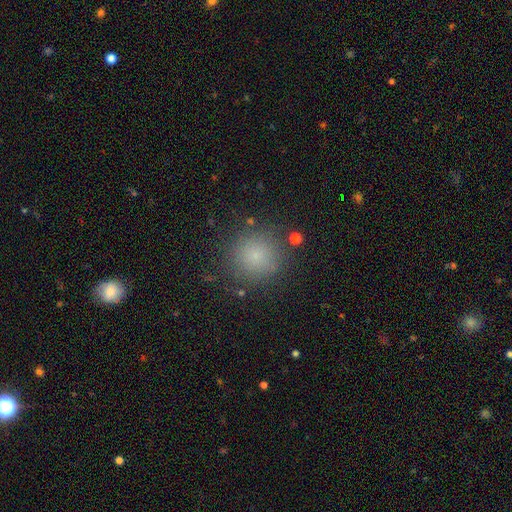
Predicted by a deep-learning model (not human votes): This is likely a smooth galaxy (77%). How rounded: clearly round (93%). Merging: clearly none (85%).